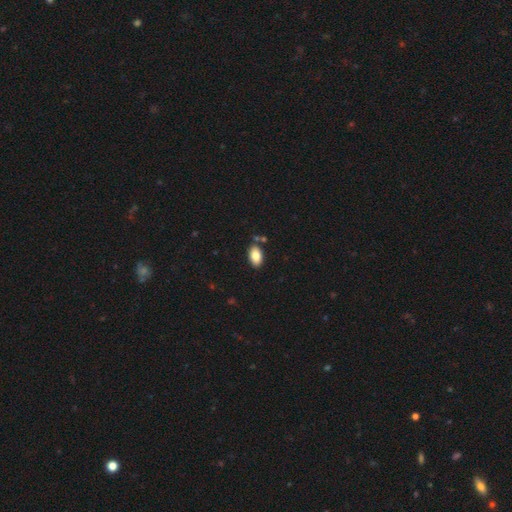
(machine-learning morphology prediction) A smooth galaxy with no disk features (85%) that is in between round and cigar-shaped (94%).

Vote fractions:
- Smooth or featured? smooth: 85% / featured or disk: 7% / star or artifact: 7%
- How rounded? in between: 94% / round: 5% / cigar-shaped: 2%
- Merging? none: 81% / minor disturbance: 11% / merger: 6% / major disturbance: 2%